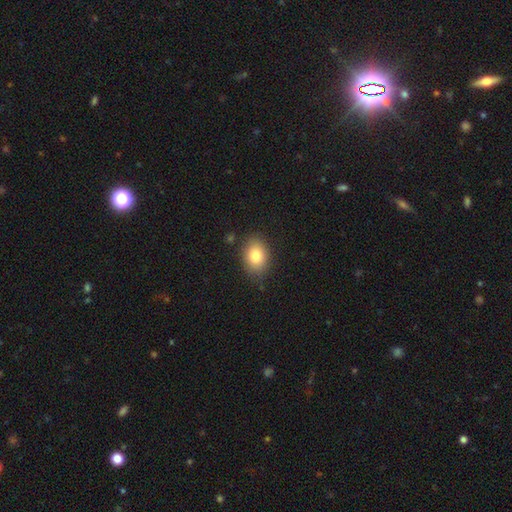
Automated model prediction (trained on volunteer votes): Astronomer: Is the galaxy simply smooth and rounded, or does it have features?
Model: smooth — 83%.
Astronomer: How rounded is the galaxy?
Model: in between — 75%.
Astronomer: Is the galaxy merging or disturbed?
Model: none — 80%.